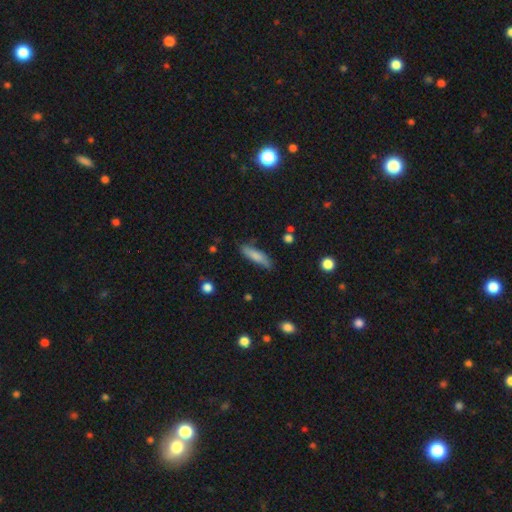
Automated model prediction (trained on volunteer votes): Overall: smooth (74%). How rounded: cigar-shaped (68%; in between 31%). Merging: none (77%).